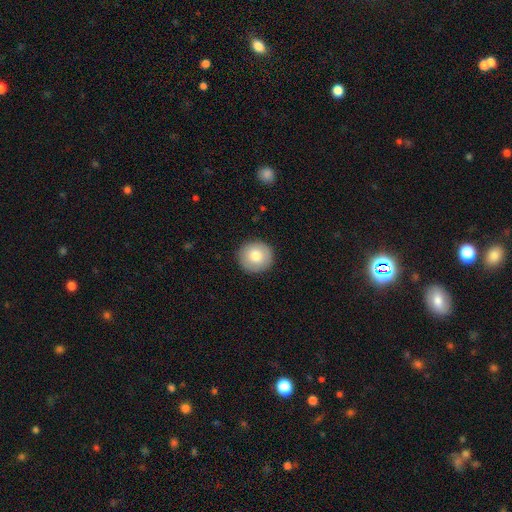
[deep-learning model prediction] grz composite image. It shows a smooth galaxy with no disk features (78%) that is round (93%). Merging: none (91%).